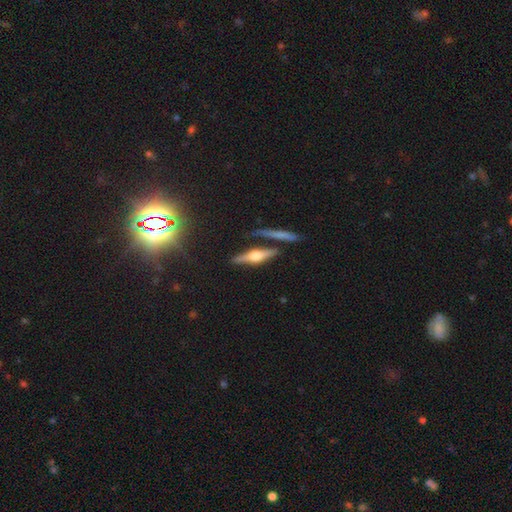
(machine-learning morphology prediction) The model was most divided on "smooth or featured": featured or disk: 72%, smooth: 20%, star or artifact: 8%. More confident: edge-on disk — yes (95%); edge-on bulge — rounded (91%); merging — none (76%).